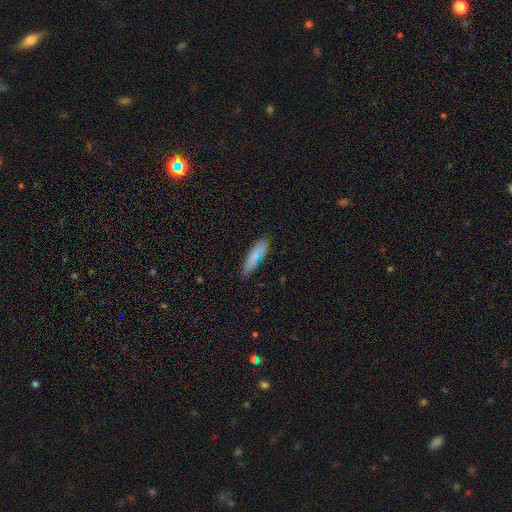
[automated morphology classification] smooth-or-featured: smooth: 72% | featured or disk: 20% | star or artifact: 8%
  how-rounded: cigar-shaped: 65% | in between: 33% | round: 2%
  merging: none: 81% | minor disturbance: 14% | major disturbance: 3% | merger: 2%